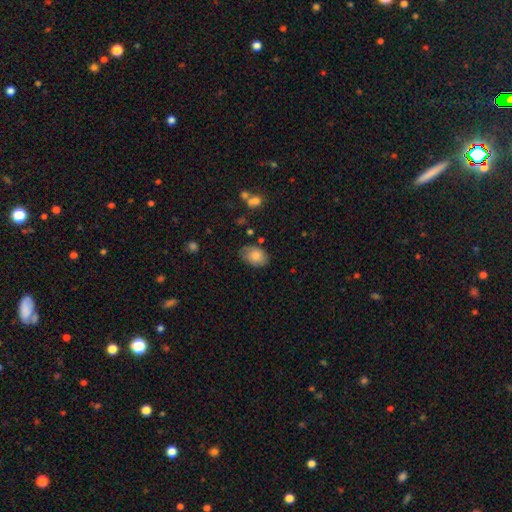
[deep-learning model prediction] smooth 78%, featured or disk 15%, star or artifact 7%. Down the decision tree: how rounded — in between (83%); merging — none (68%).